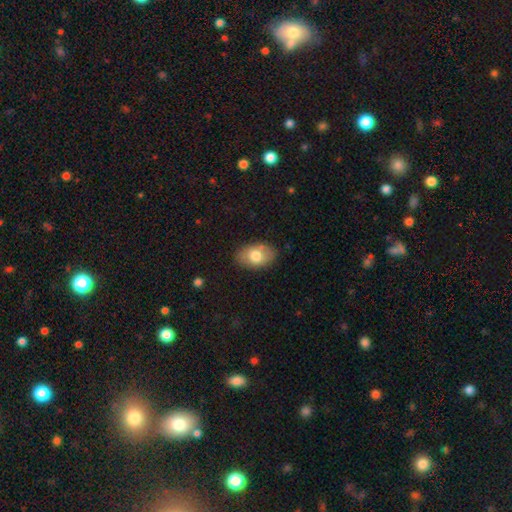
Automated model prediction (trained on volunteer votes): Smooth or featured? smooth (75%)
How rounded? in between (89%)
Merging? none (82%)